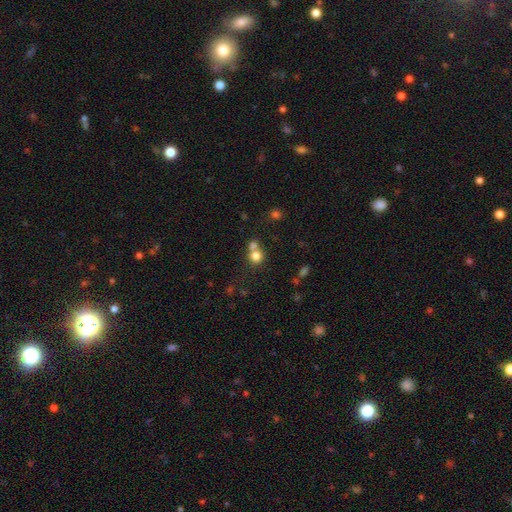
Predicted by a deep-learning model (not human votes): This is likely a smooth galaxy (77%). How rounded: clearly round (87%). Merging: possibly merger (47%).